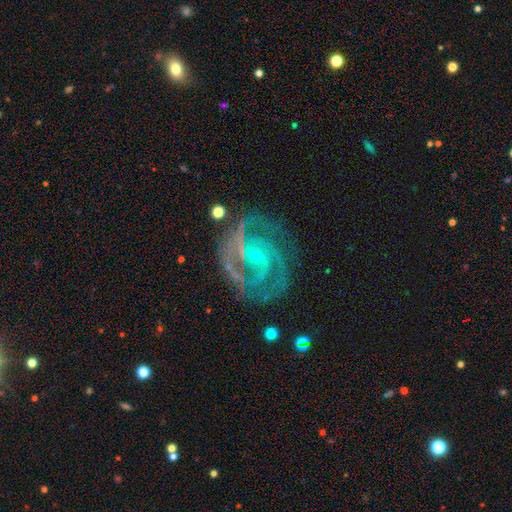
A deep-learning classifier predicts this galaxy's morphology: Smooth or featured? Predicted: featured or disk (p=0.89). Edge-on disk? Predicted: no (p=0.98). Bar? Predicted: weak (p=0.43). Spiral arms? Predicted: yes (p=0.96). Spiral winding? Predicted: tight (p=0.47). Spiral arm count? Predicted: 2 (p=0.36). Bulge size? Predicted: small (p=0.77). Merging? Predicted: none (p=0.65).